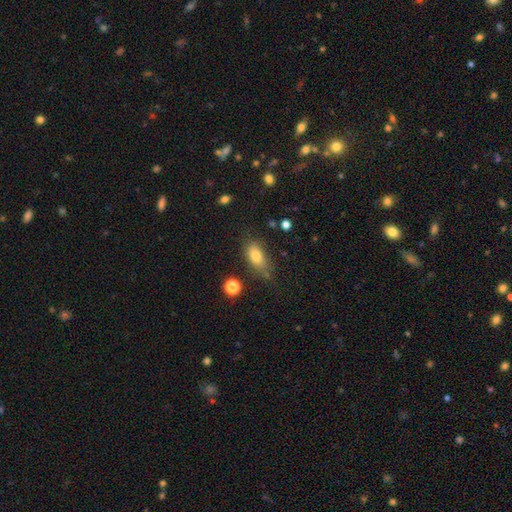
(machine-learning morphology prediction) Smooth or featured? smooth (82%)
How rounded? in between (85%)
Merging? none (65%)